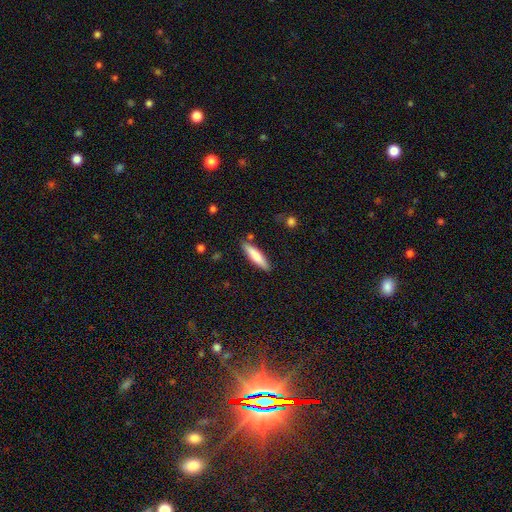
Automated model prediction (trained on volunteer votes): Smooth or featured? smooth (77%)
How rounded? cigar-shaped (79%)
Merging? none (86%)